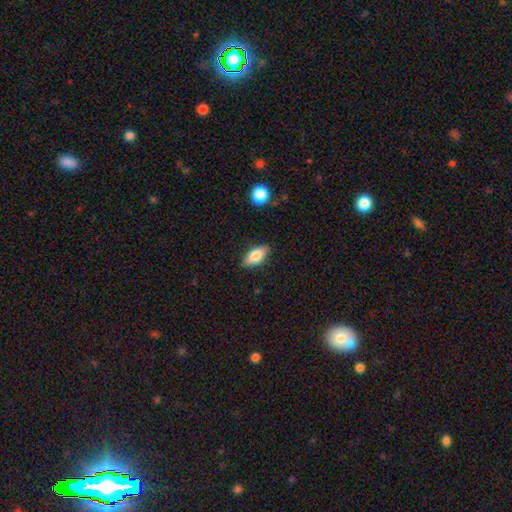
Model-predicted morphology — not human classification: Q: Smooth or featured?
A: smooth (76%); runner-up: featured or disk (17%)
Q: How rounded?
A: in between (86%); runner-up: cigar-shaped (11%)
Q: Merging?
A: none (85%); runner-up: minor disturbance (11%)